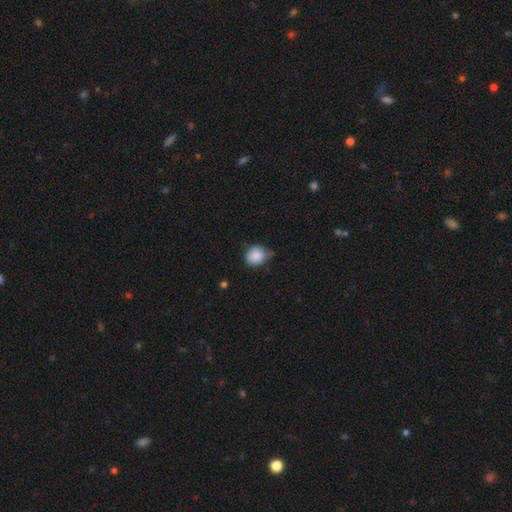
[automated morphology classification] Smooth or featured? Predicted: smooth (p=0.87). How rounded? Predicted: round (p=0.80). Merging? Predicted: none (p=0.59).